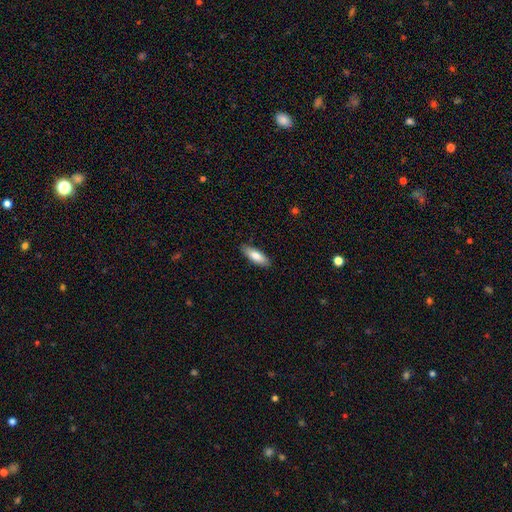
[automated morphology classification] Overall: smooth (80%). How rounded: in between (65%; cigar-shaped 33%). Merging: none (87%).